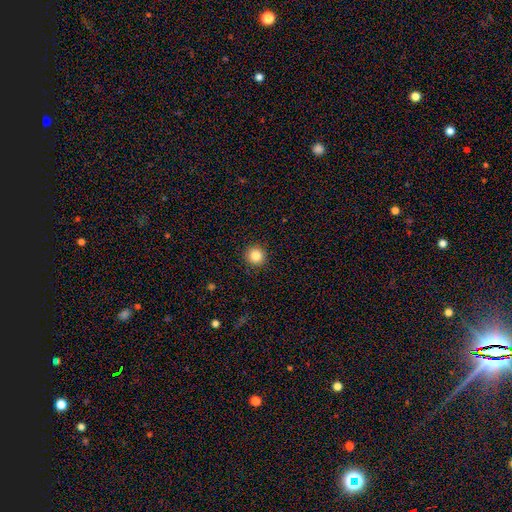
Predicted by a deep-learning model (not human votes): Smooth or featured?
  - smooth: 85% *
  - star or artifact: 11%
  - featured or disk: 4%
How rounded?
  - round: 95% *
  - in between: 4%
  - cigar-shaped: 1%
Merging?
  - none: 92% *
  - minor disturbance: 5%
  - major disturbance: 2%
  - merger: 1%